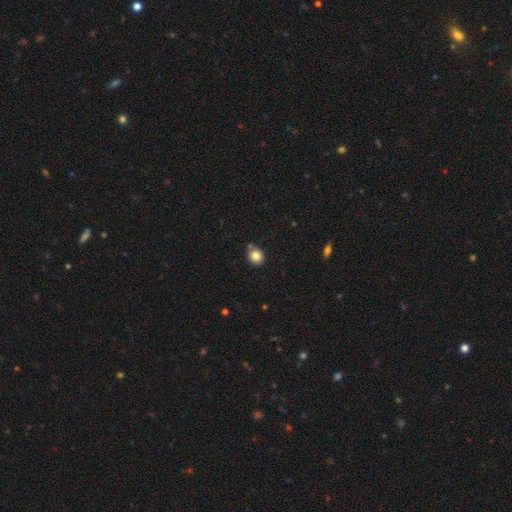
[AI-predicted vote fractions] Smooth or featured?
  - smooth: 84% *
  - star or artifact: 10%
  - featured or disk: 6%
How rounded?
  - round: 74% *
  - in between: 25%
  - cigar-shaped: 1%
Merging?
  - none: 74% *
  - minor disturbance: 15%
  - merger: 7%
  - major disturbance: 3%